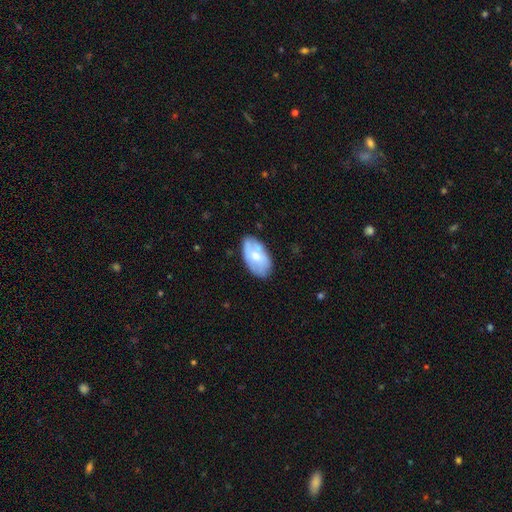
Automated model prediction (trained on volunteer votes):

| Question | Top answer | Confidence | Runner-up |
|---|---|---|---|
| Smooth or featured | smooth | 59% | featured or disk (35%) |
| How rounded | in between | 93% | round (5%) |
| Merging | none | 71% | minor disturbance (22%) |